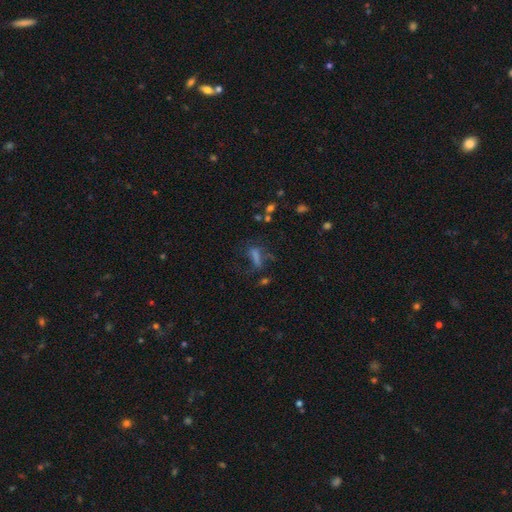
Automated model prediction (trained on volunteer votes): Q: Smooth or featured?
A: smooth (39%); runner-up: star or artifact (34%)
Q: Merging?
A: none (43%); runner-up: major disturbance (31%)